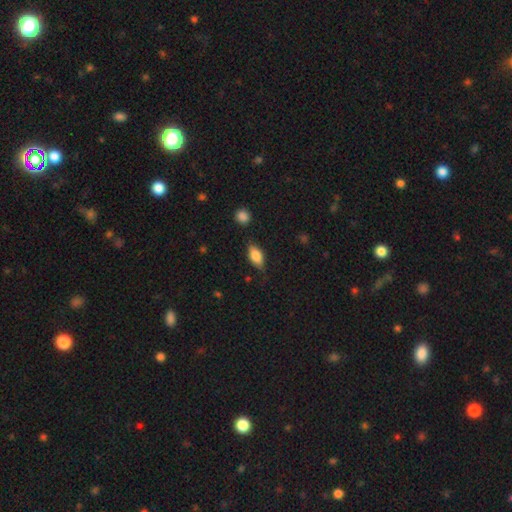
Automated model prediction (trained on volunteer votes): A smooth galaxy with no disk features (78%) that is in between round and cigar-shaped (86%).

Vote fractions:
- Smooth or featured? smooth: 78% / featured or disk: 15% / star or artifact: 7%
- How rounded? in between: 86% / cigar-shaped: 10% / round: 5%
- Merging? none: 78% / minor disturbance: 16% / major disturbance: 4% / merger: 2%